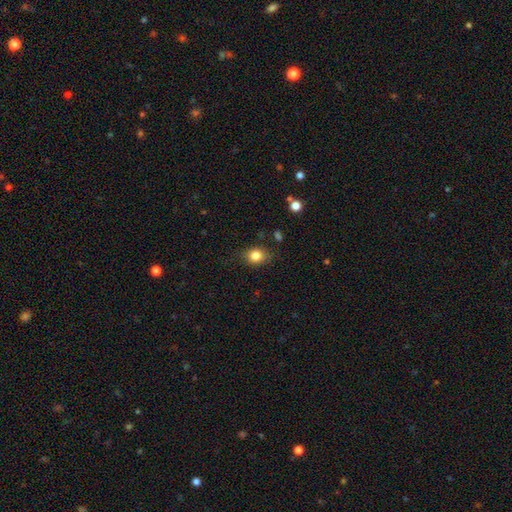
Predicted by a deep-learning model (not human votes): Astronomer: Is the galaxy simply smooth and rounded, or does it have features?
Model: smooth — 82%.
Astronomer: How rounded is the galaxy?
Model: round — 50% (runner-up: in between, 48%).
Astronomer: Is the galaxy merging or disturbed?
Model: none — 78%.